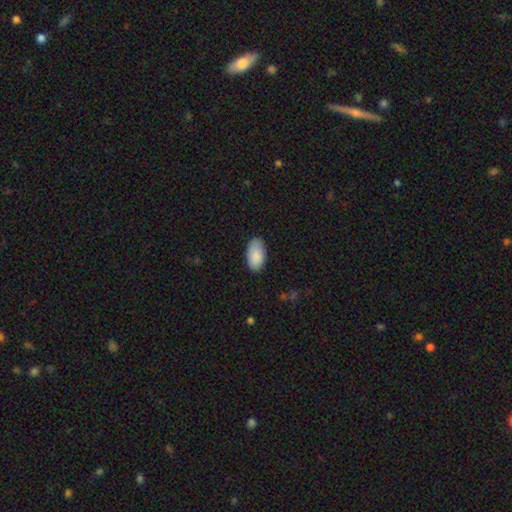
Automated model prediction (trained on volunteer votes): smooth 89%, star or artifact 6%, featured or disk 5%. Down the decision tree: how rounded — in between (96%); merging — none (83%).